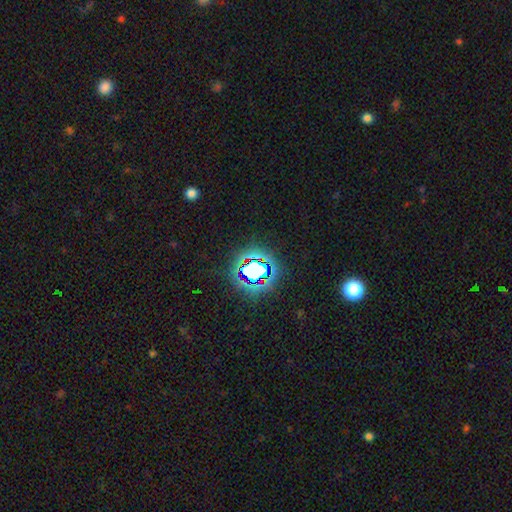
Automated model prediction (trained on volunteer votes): Smooth or featured?
  - star or artifact: 79% *
  - smooth: 13%
  - featured or disk: 8%